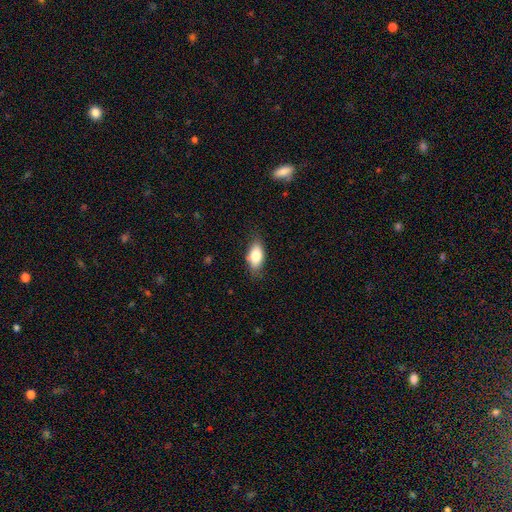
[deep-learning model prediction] Smooth or featured? smooth (80%)
How rounded? in between (88%)
Merging? none (78%)